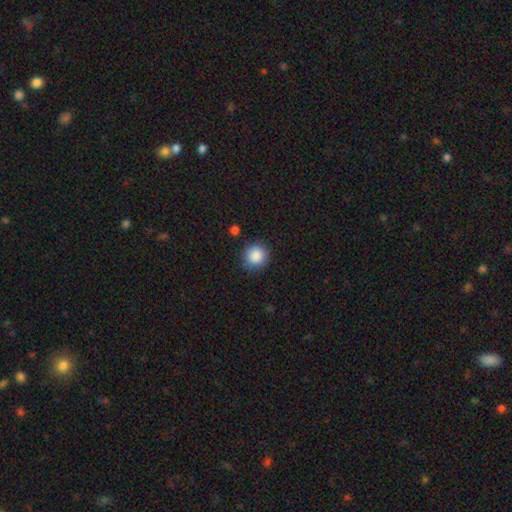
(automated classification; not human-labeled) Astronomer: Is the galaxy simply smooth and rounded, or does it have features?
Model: smooth — 88%.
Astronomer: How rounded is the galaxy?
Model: round — 94%.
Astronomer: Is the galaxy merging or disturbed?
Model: none — 88%.